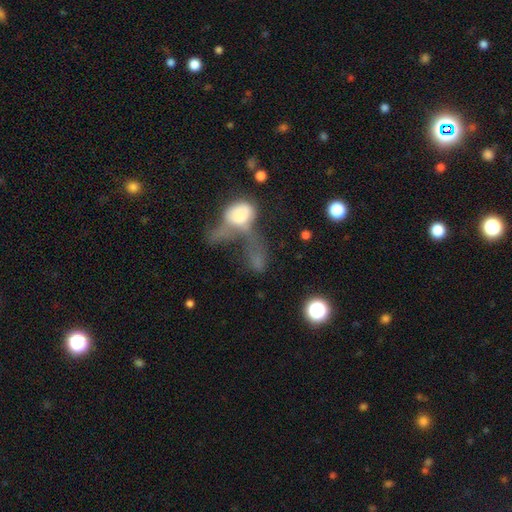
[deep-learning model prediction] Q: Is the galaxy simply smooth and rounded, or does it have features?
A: smooth — 53%.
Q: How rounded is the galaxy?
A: in between — 62%.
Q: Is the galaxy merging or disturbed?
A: merger — 43%.